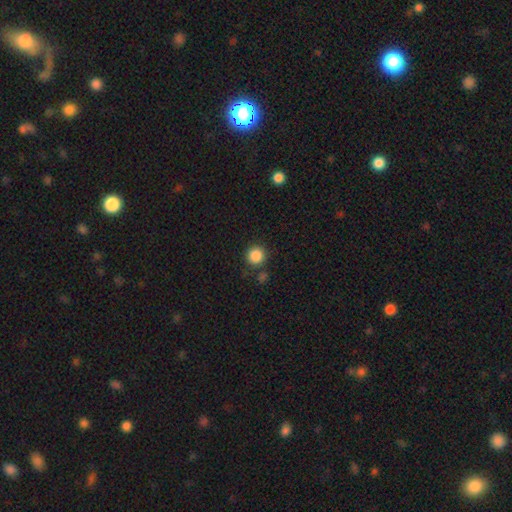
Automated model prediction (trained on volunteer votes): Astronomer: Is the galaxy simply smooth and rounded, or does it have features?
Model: smooth — 87%.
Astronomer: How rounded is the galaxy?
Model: round — 95%.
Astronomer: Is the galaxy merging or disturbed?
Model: none — 84%.